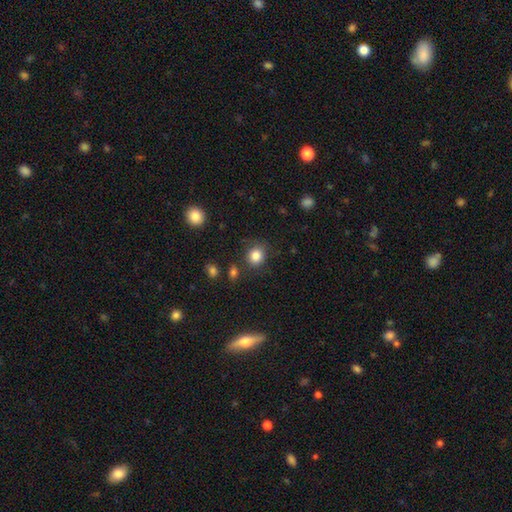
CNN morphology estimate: A smooth galaxy with no disk features (84%) that is round (83%).

Vote fractions:
- Smooth or featured? smooth: 84% / star or artifact: 11% / featured or disk: 5%
- How rounded? round: 83% / in between: 16% / cigar-shaped: 1%
- Merging? none: 79% / minor disturbance: 13% / major disturbance: 4% / merger: 4%